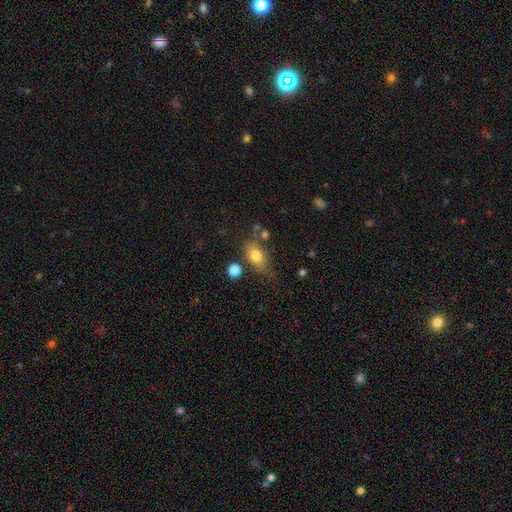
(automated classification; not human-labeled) Smooth or featured? smooth (78%)
How rounded? in between (82%)
Merging? none (64%)